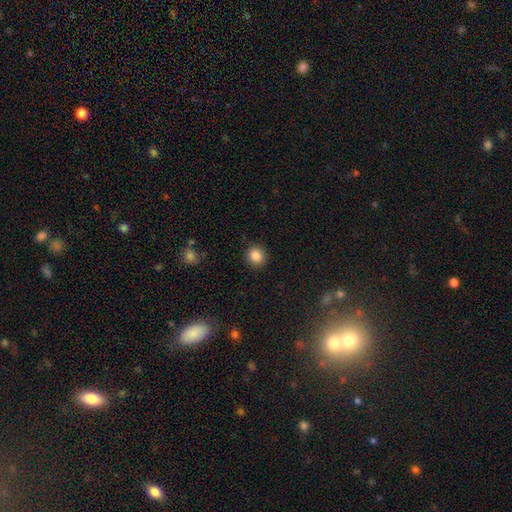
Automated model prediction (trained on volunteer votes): smooth 86%, star or artifact 10%, featured or disk 4%. Down the decision tree: how rounded — round (89%); merging — none (91%).